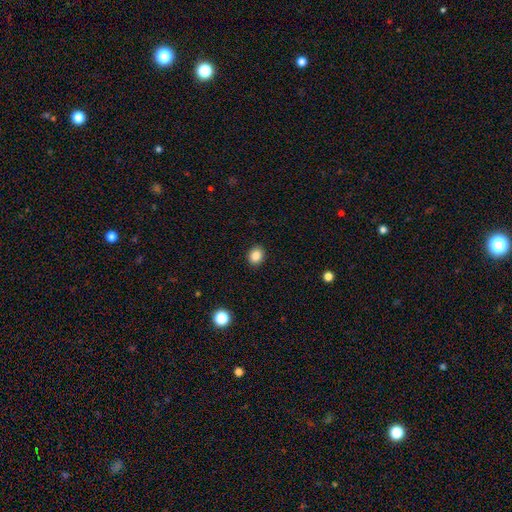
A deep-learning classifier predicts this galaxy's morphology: smooth 86%, star or artifact 10%, featured or disk 4%. Down the decision tree: how rounded — round (59%); merging — none (91%).